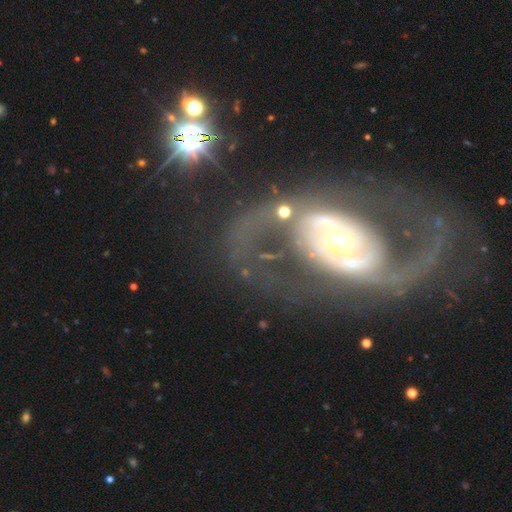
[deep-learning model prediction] A featured or disk galaxy (86%) with no bar (40%), 2 (90%) medium (48%) spiral arms (85%) and a moderate central bulge (54%). Merging: none (73%).